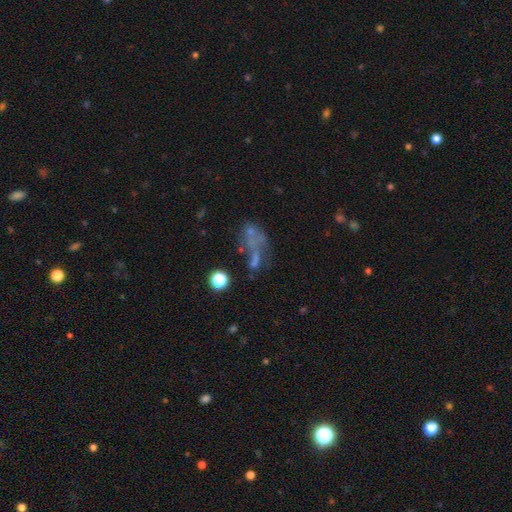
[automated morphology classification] type=featured or disk (38%); merging=none (33%).